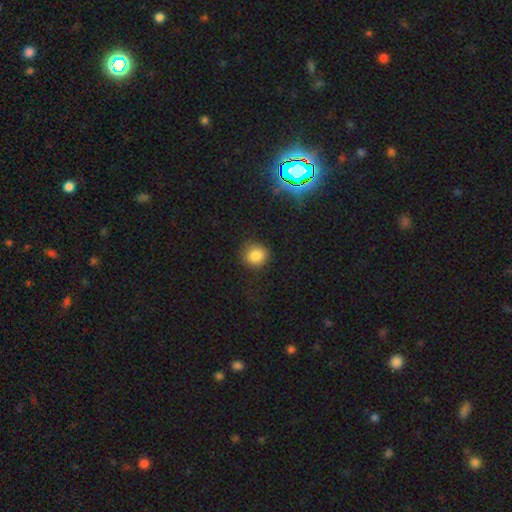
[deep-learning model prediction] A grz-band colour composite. It shows a smooth galaxy with no disk features (84%) that is round (85%). Merging: none (83%).